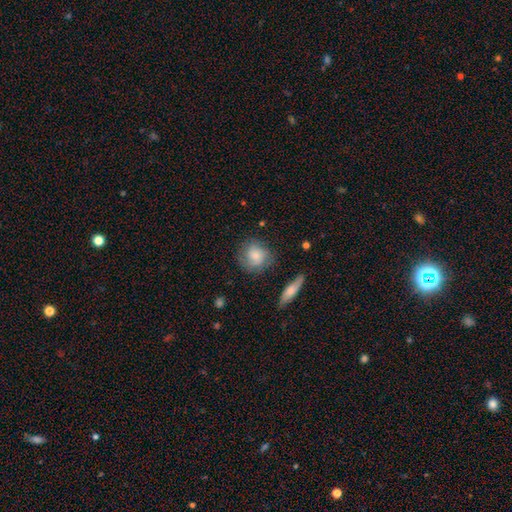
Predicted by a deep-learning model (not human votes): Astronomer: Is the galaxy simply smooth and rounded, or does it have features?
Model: smooth — 71%.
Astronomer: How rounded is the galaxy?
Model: round — 83%.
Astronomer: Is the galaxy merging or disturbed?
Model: none — 72%.